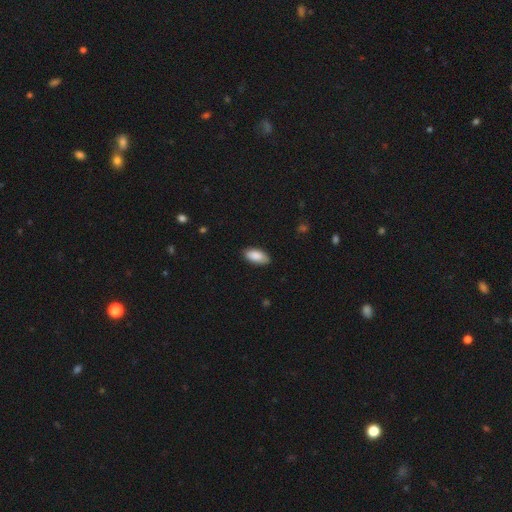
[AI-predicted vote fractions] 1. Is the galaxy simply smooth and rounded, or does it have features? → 88% smooth, 6% star or artifact, 6% featured or disk.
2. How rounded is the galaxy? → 92% in between, 6% cigar-shaped, 2% round.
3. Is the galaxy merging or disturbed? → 84% none, 12% minor disturbance, 2% major disturbance, 1% merger.